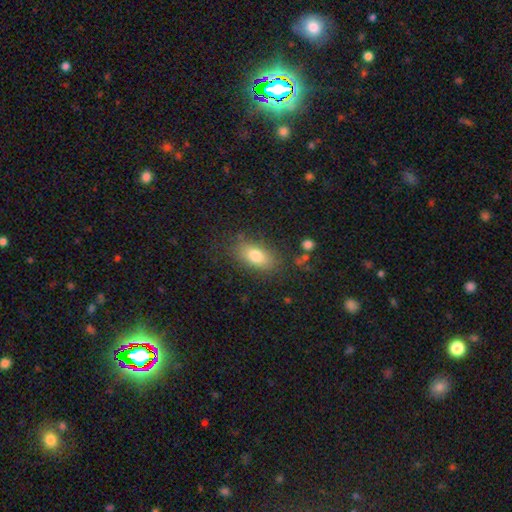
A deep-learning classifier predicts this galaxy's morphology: smooth_or_featured: smooth (p=0.78) [alt: featured or disk p=0.13]
how_rounded: in between (p=0.88) [alt: round p=0.06]
merging: none (p=0.78) [alt: minor disturbance p=0.14]